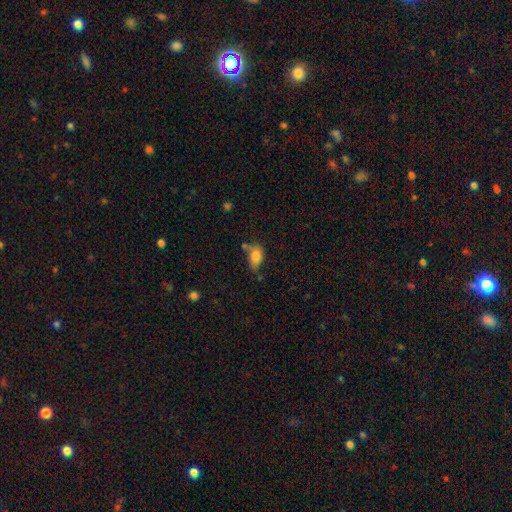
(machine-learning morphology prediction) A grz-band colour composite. It shows a smooth galaxy with no disk features (78%) that is in between round and cigar-shaped (81%). Merging: none (42%).